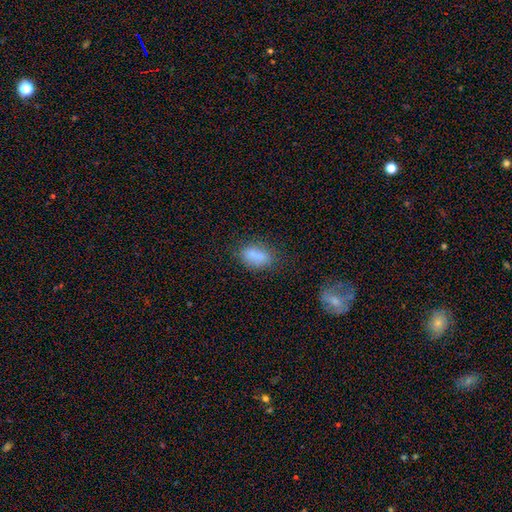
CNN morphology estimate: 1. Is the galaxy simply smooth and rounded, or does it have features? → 80% smooth, 10% star or artifact, 9% featured or disk.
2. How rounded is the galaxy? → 85% in between, 8% round, 6% cigar-shaped.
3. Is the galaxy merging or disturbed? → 70% none, 20% minor disturbance, 7% major disturbance, 3% merger.